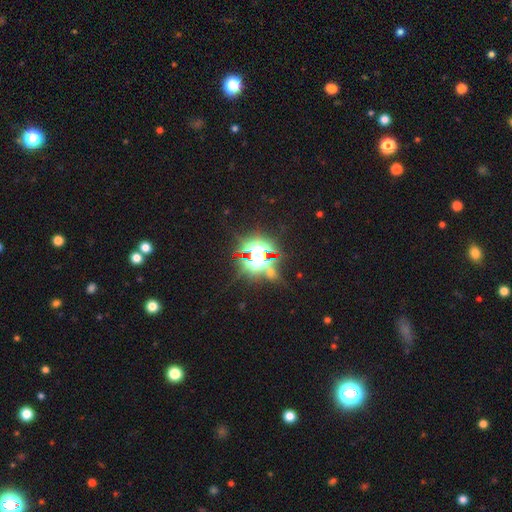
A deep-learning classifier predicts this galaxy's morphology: type=star or artifact (76%).